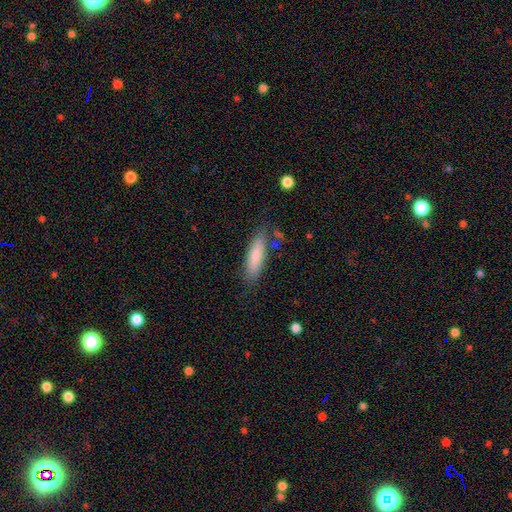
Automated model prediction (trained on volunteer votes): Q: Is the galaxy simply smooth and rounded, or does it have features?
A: smooth — 80%.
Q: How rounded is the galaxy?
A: cigar-shaped — 66%.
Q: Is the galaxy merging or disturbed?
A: none — 77%.